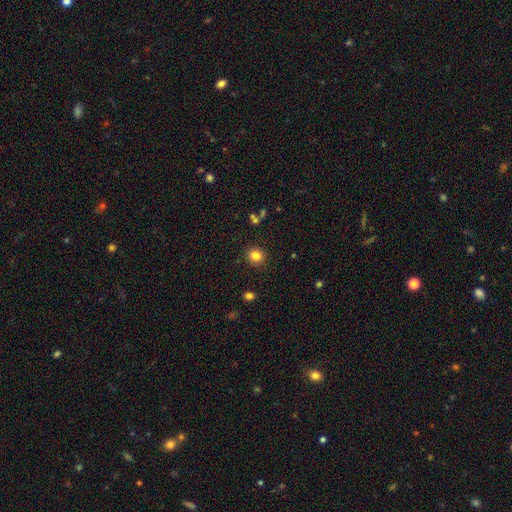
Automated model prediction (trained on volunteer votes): Smooth or featured: smooth — 83% (star or artifact — 12%)
How rounded: round — 82% (in between — 17%)
Merging: none — 89% (minor disturbance — 7%)